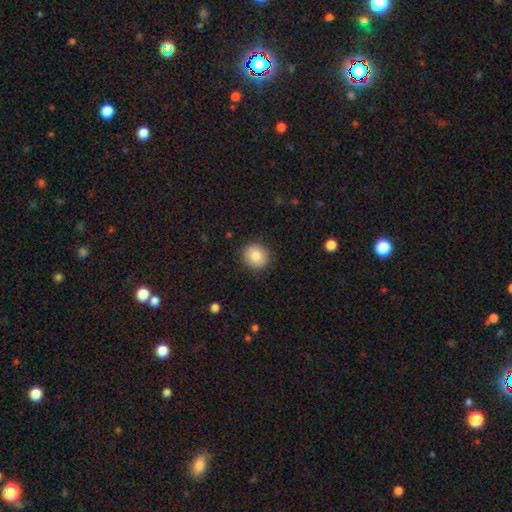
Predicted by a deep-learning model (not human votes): smooth-or-featured: smooth: 85% | star or artifact: 8% | featured or disk: 6%
  how-rounded: round: 82% | in between: 18% | cigar-shaped: 1%
  merging: none: 90% | minor disturbance: 7% | major disturbance: 2% | merger: 1%